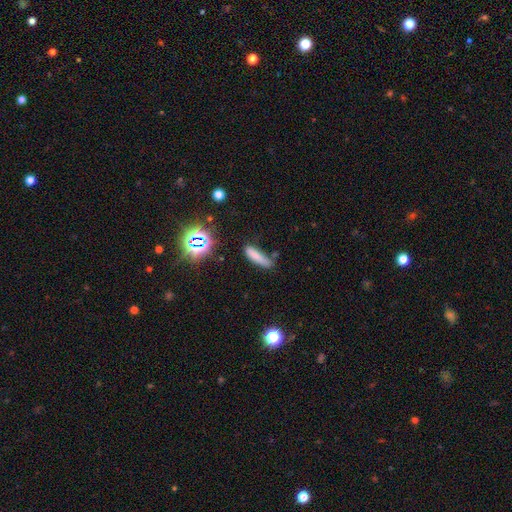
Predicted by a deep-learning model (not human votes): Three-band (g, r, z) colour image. It shows a smooth galaxy with no disk features (74%) that is cigar-shaped (72%). Merging: none (62%).